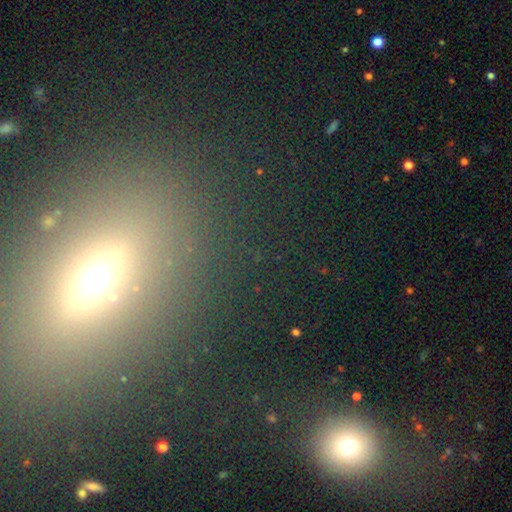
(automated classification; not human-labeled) This is possibly a star or artifact rather than a galaxy (46%).